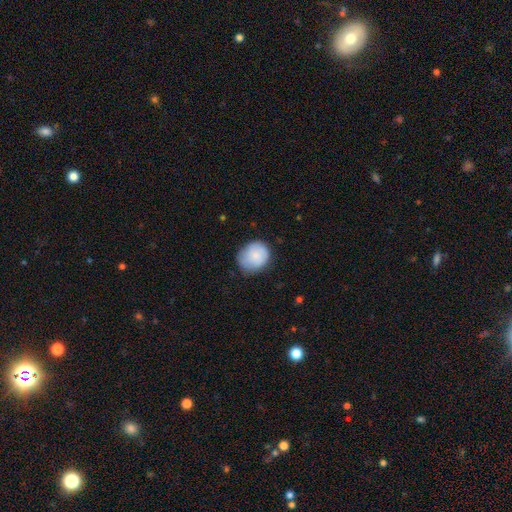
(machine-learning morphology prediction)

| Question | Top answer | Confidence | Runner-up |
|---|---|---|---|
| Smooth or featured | smooth | 82% | featured or disk (11%) |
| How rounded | round | 70% | in between (29%) |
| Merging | none | 65% | minor disturbance (27%) |